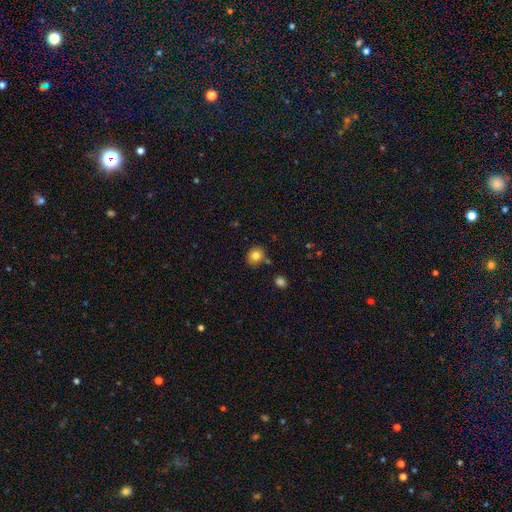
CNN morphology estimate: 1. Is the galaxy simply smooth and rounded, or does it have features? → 81% smooth, 11% star or artifact, 8% featured or disk.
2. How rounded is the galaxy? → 70% round, 29% in between, 1% cigar-shaped.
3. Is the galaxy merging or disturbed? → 76% none, 14% minor disturbance, 7% merger, 3% major disturbance.